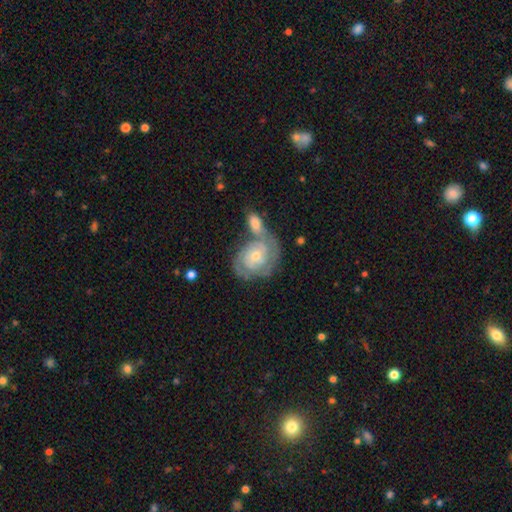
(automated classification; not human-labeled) This appears to be a featured or disk galaxy (78%) with no bar (75%), 2 (41%) tight (70%) spiral arms (89%) and a moderate central bulge (52%). Merging: none (38%, tied with merger).